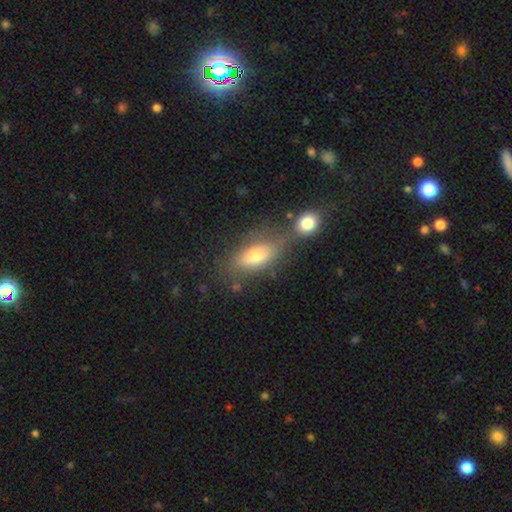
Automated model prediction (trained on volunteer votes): Overall: smooth (75%). How rounded: in between (84%). Merging: none (51%; merger 26%).